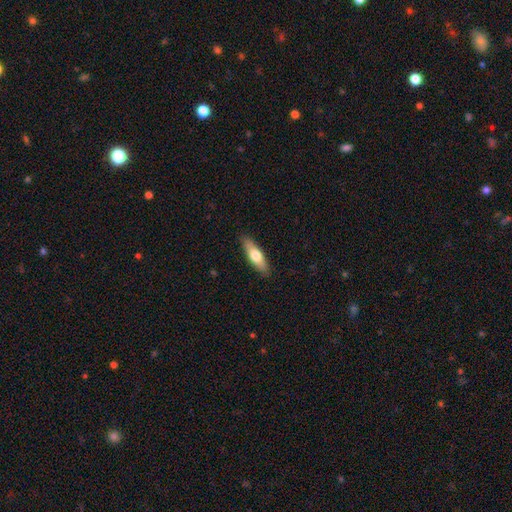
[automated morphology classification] This is likely a smooth galaxy (63%). How rounded: possibly cigar-shaped (59%). Merging: clearly none (89%).